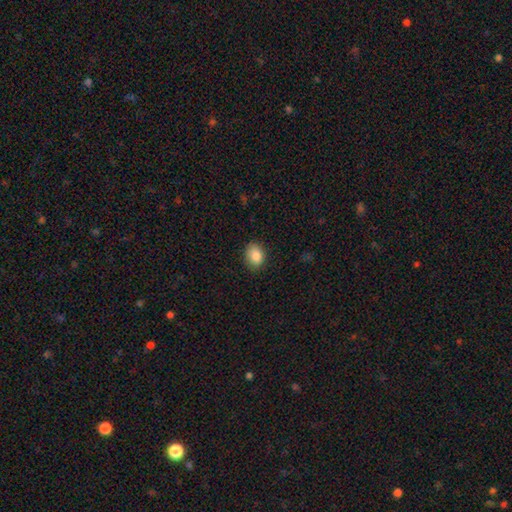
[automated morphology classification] This is clearly a smooth galaxy (87%). How rounded: likely in between (67%). Merging: clearly none (83%).